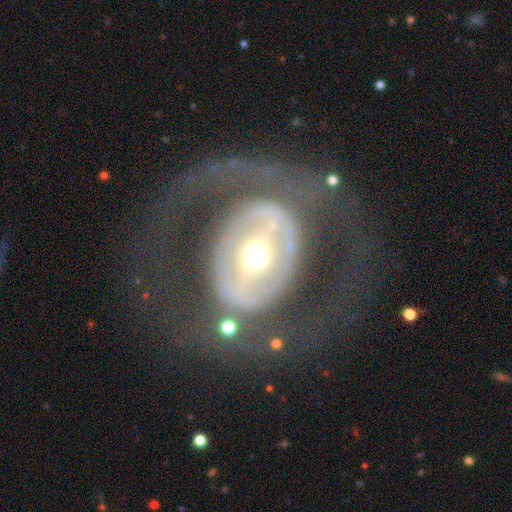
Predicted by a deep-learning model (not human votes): smooth-or-featured: featured or disk: 73% | smooth: 21% | star or artifact: 6%
  disk-edge-on: no: 93% | yes: 7%
    bar: no: 37% | strong: 35% | weak: 28%
    has-spiral-arms: no: 65% | yes: 35%
    bulge-size: moderate: 67% | large: 16% | small: 14% | dominant: 3% | none: 1%
  merging: none: 65% | major disturbance: 20% | minor disturbance: 12% | merger: 2%